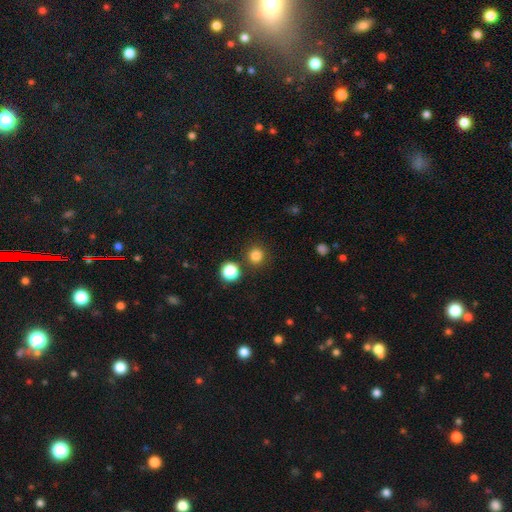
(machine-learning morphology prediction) smooth 81%, star or artifact 15%, featured or disk 4%. Down the decision tree: how rounded — round (94%); merging — none (85%).